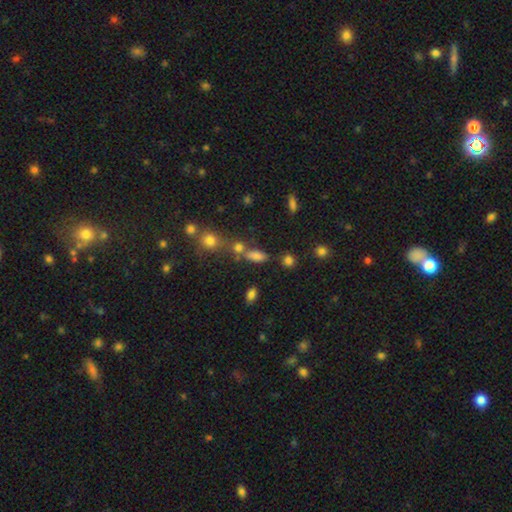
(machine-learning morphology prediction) A smooth galaxy with no disk features (67%) that is in between round and cigar-shaped (68%). Merging: none (54%).